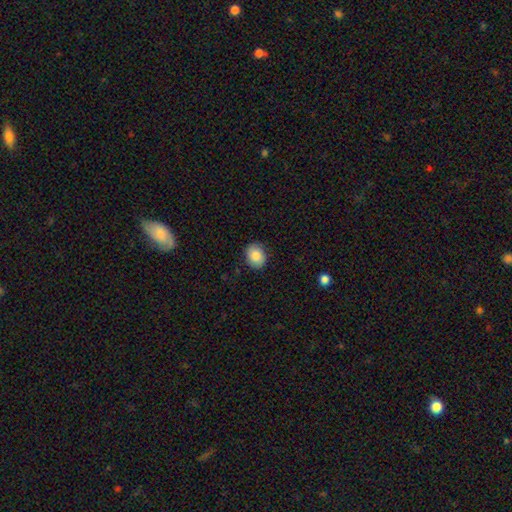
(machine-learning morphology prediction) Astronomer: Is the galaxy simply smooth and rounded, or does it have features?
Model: smooth — 84%.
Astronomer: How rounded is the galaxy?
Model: round — 52% (runner-up: in between, 48%).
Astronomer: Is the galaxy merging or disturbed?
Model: none — 87%.